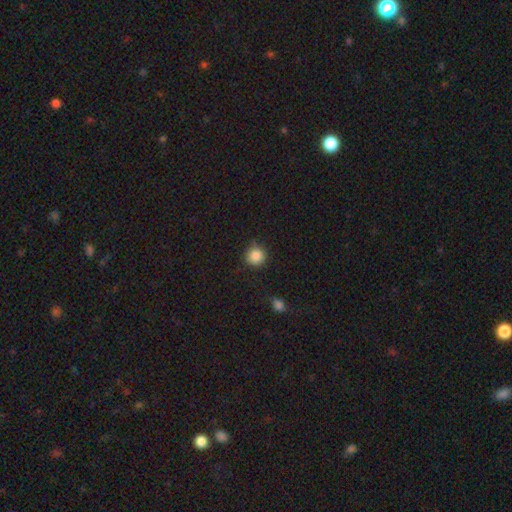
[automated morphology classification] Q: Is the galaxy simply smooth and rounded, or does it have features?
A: smooth — 87%.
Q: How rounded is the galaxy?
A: round — 92%.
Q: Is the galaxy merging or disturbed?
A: none — 83%.